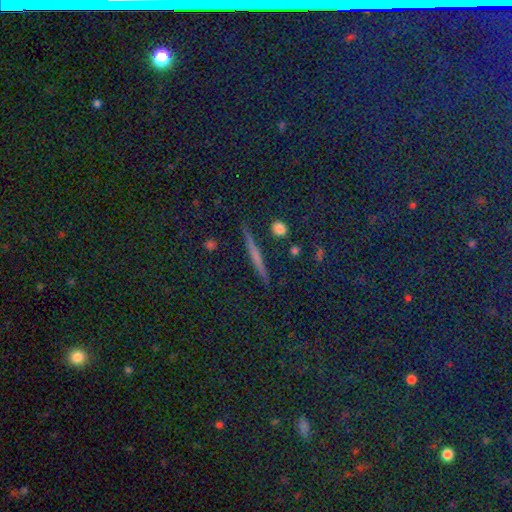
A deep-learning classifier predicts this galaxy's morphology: Smooth or featured: smooth — 35% (star or artifact — 33%)
Merging: none — 89% (minor disturbance — 6%)